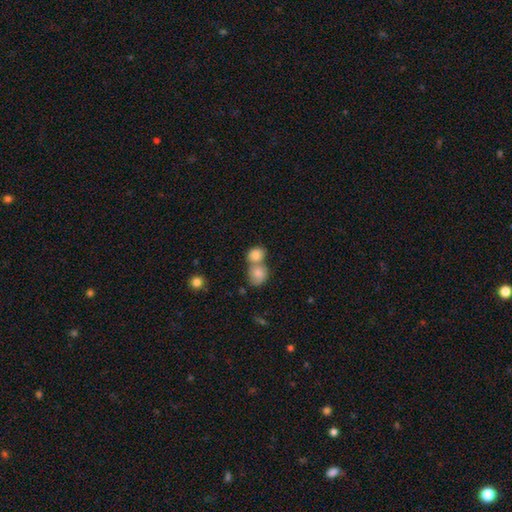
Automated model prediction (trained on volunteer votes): Smooth or featured?
  - smooth: 84% *
  - featured or disk: 9%
  - star or artifact: 8%
How rounded?
  - round: 69% *
  - in between: 30%
  - cigar-shaped: 1%
Merging?
  - merger: 64% *
  - none: 27%
  - minor disturbance: 6%
  - major disturbance: 3%